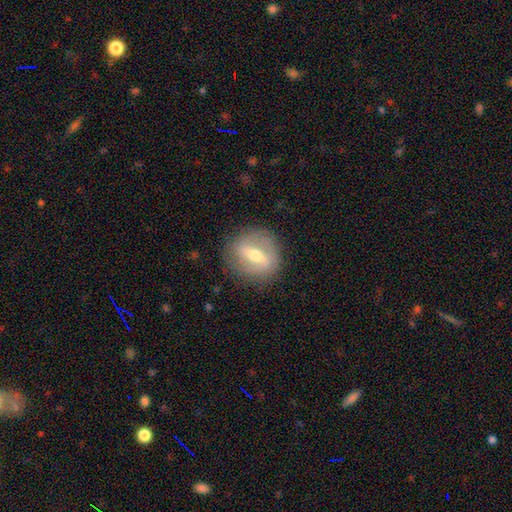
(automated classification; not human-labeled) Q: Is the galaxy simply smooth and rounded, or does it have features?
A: featured or disk — 64%.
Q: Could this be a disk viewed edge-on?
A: no — 79%.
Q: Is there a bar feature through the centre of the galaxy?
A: strong — 56%.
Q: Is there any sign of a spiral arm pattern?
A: no — 61%.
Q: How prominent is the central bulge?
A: moderate — 70%.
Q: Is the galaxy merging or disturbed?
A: none — 84%.